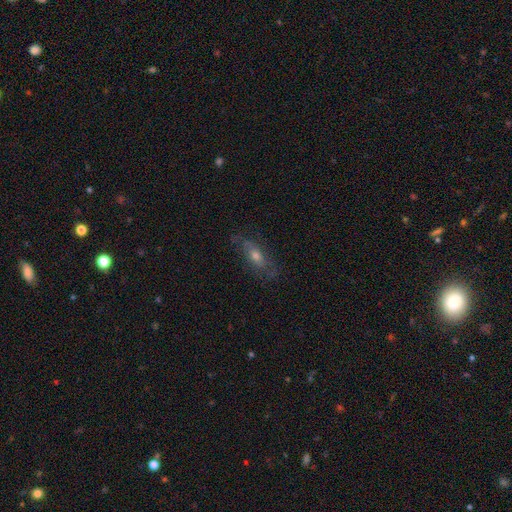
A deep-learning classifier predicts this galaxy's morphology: A featured or disk galaxy (53%). Merging: none (71%).